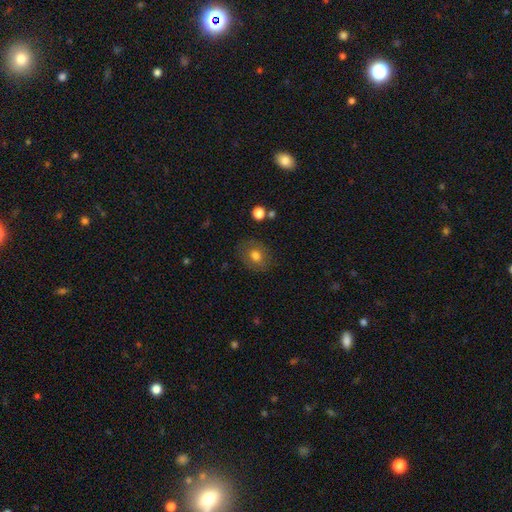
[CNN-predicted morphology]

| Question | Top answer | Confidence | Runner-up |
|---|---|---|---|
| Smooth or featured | smooth | 72% | featured or disk (18%) |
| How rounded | round | 55% | in between (44%) |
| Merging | none | 81% | minor disturbance (13%) |